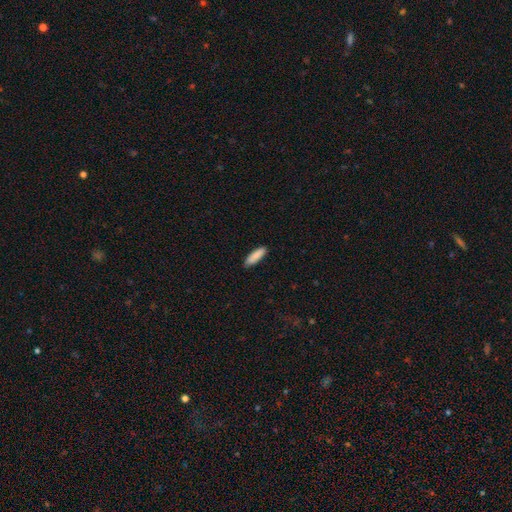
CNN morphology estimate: This is clearly a smooth galaxy (89%). How rounded: possibly cigar-shaped (53%). Merging: clearly none (87%).